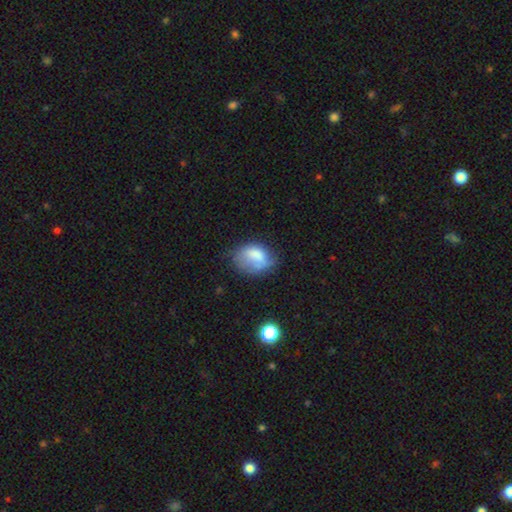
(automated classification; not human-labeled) The model was most divided on "merging": none: 39%, minor disturbance: 34%, major disturbance: 21%, merger: 6%. More confident: how rounded — in between (70%); smooth or featured — smooth (69%).